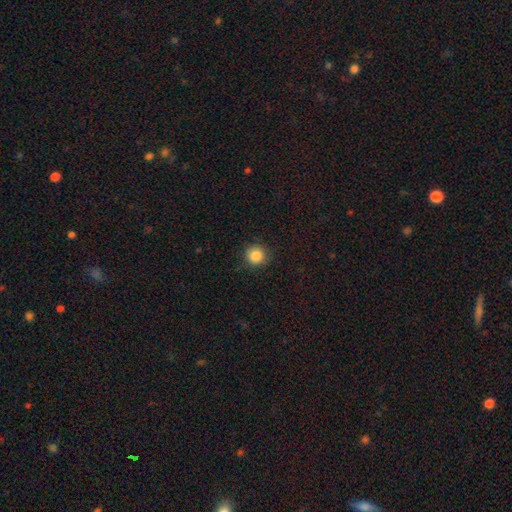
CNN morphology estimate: type=smooth (86%); roundness=round (93%); merging=none (89%).